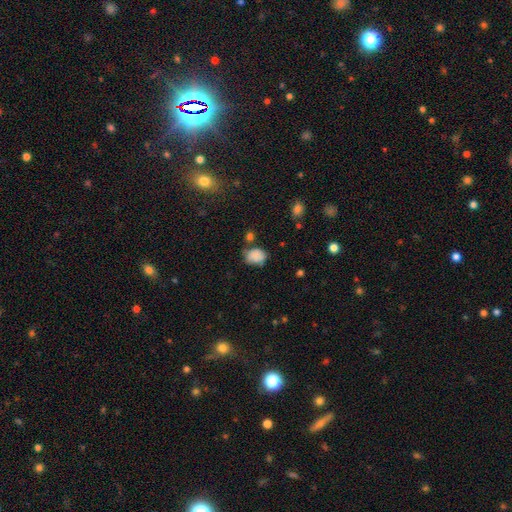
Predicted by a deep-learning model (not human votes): Overall: smooth (81%). How rounded: in between (58%; round 41%). Merging: none (52%; minor disturbance 29%).